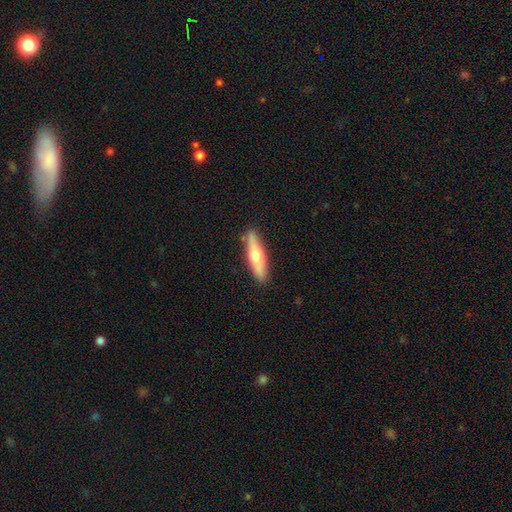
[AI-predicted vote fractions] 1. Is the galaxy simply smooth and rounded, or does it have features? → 54% smooth, 41% featured or disk, 5% star or artifact.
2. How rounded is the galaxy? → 75% cigar-shaped, 23% in between, 2% round.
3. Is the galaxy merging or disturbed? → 88% none, 9% minor disturbance, 2% major disturbance, 1% merger.